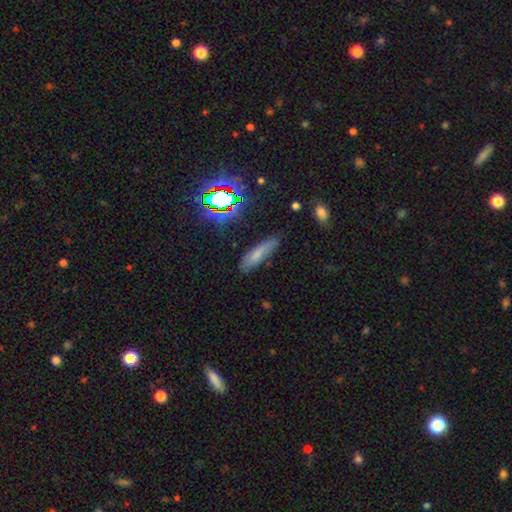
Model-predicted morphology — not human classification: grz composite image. It shows a smooth galaxy with no disk features (63%) that is cigar-shaped (68%). Merging: none (71%).